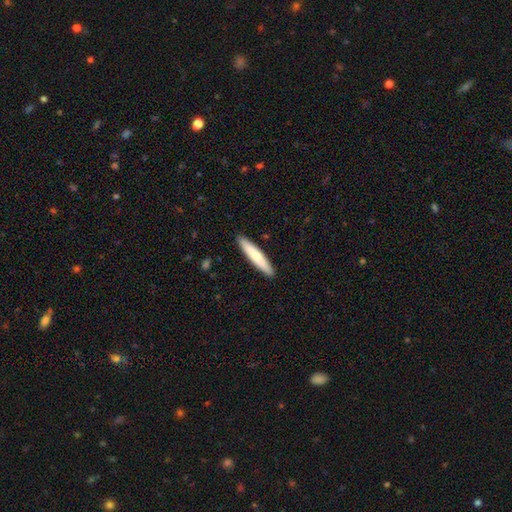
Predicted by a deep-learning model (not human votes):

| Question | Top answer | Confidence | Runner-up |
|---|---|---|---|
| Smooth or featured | smooth | 69% | featured or disk (26%) |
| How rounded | cigar-shaped | 90% | in between (9%) |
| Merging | none | 91% | minor disturbance (6%) |